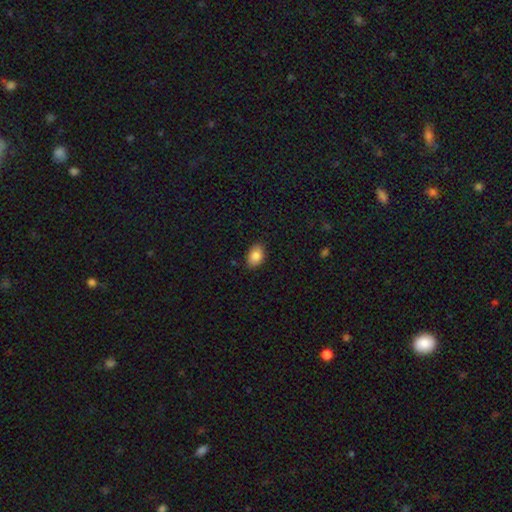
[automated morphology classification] smooth_or_featured: smooth (p=0.86) [alt: star or artifact p=0.08]
how_rounded: in between (p=0.85) [alt: round p=0.14]
merging: none (p=0.85) [alt: minor disturbance p=0.11]